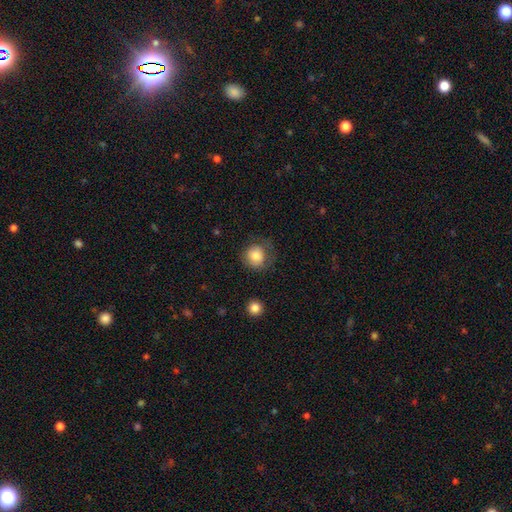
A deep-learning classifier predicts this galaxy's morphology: A smooth galaxy with no disk features (81%) that is round (85%).

Vote fractions:
- Smooth or featured? smooth: 81% / featured or disk: 11% / star or artifact: 8%
- How rounded? round: 85% / in between: 14% / cigar-shaped: 1%
- Merging? none: 57% / minor disturbance: 24% / major disturbance: 17% / merger: 2%